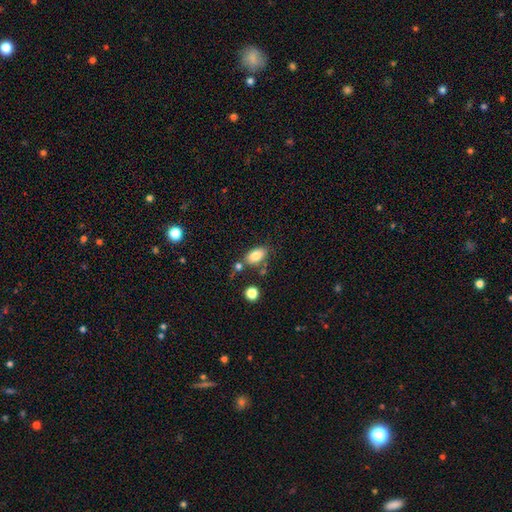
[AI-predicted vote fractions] Overall: smooth (82%). How rounded: in between (89%). Merging: none (66%).